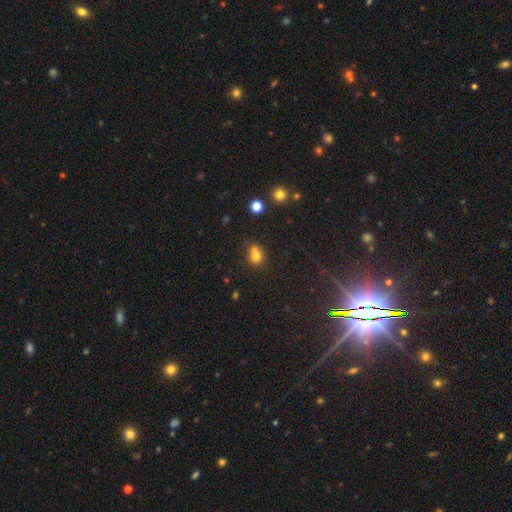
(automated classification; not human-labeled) Smooth or featured? Predicted: smooth (p=0.74). How rounded? Predicted: round (p=0.75). Merging? Predicted: none (p=0.43).